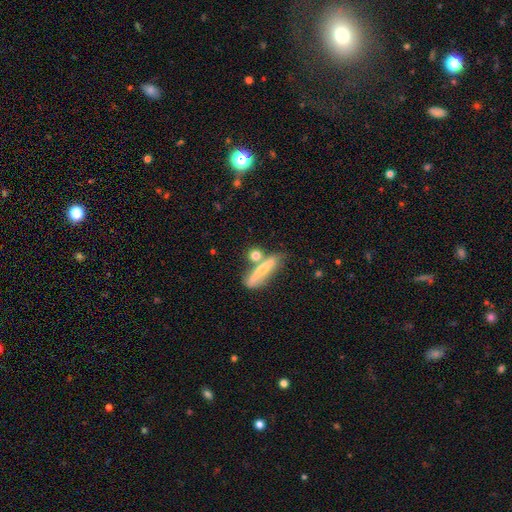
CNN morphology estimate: Smooth or featured? smooth (64%)
How rounded? cigar-shaped (42%)
Merging? none (51%)